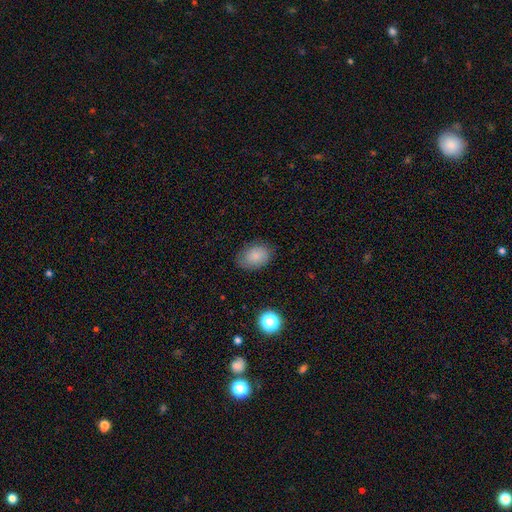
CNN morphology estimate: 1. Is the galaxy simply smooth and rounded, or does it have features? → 79% smooth, 12% featured or disk, 9% star or artifact.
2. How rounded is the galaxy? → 78% in between, 21% round, 1% cigar-shaped.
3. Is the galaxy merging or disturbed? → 77% none, 17% minor disturbance, 4% major disturbance, 1% merger.